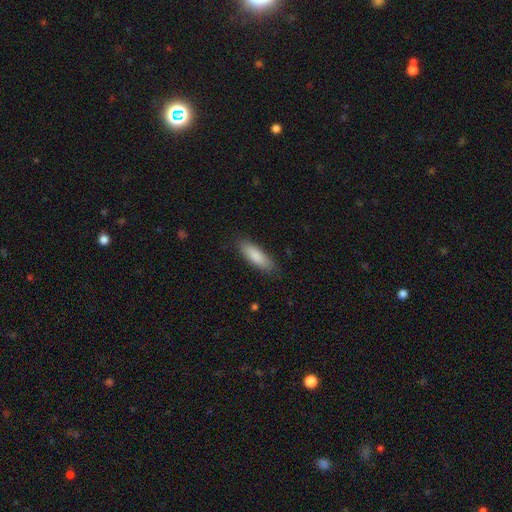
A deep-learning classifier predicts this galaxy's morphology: A smooth galaxy with no disk features (85%) that is in between round and cigar-shaped (53%).

Vote fractions:
- Smooth or featured? smooth: 85% / featured or disk: 9% / star or artifact: 6%
- How rounded? in between: 53% / cigar-shaped: 45% / round: 2%
- Merging? none: 84% / minor disturbance: 12% / major disturbance: 3% / merger: 1%